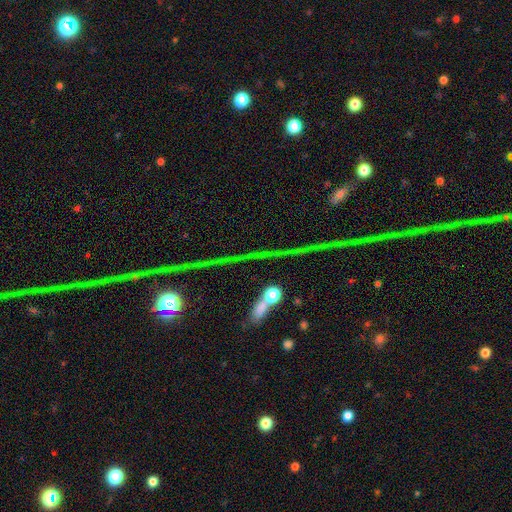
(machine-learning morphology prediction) Overall: star or artifact (75%).